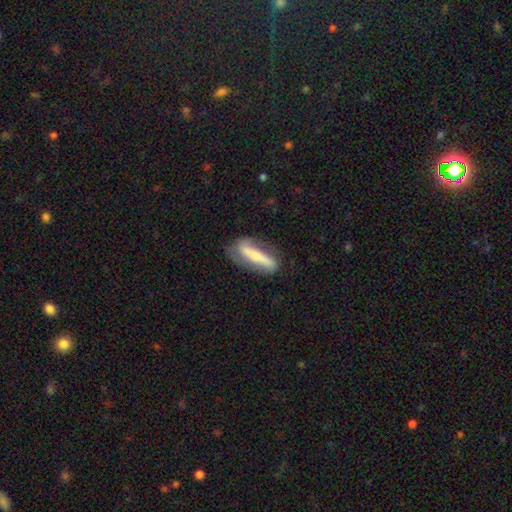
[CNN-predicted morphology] This is possibly a featured or disk galaxy (59%). It is possibly not viewed edge-on (57%). Merging: likely none (70%).